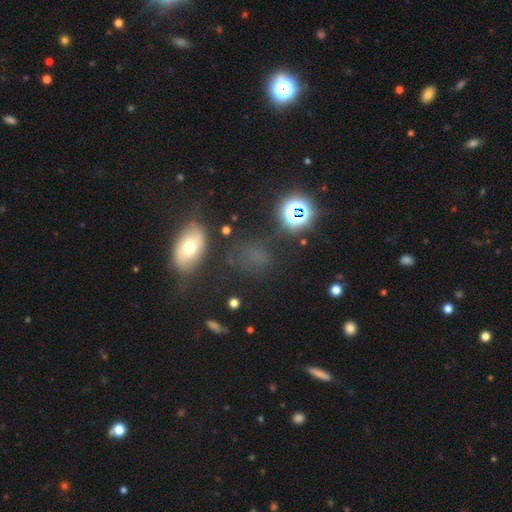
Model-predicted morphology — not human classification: This appears to be a smooth galaxy with no disk features (47%). Merging: none (65%).